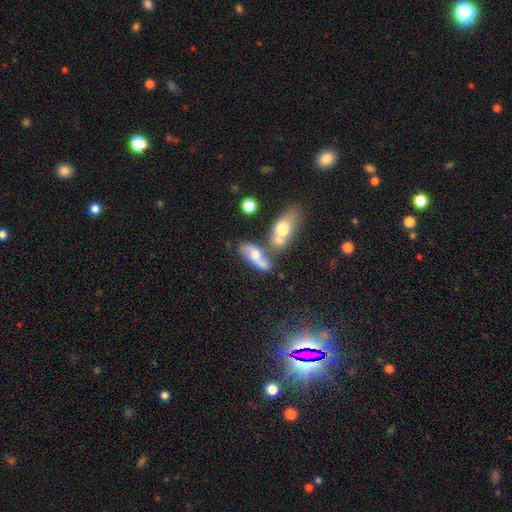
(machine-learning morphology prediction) Smooth or featured?
  - featured or disk: 56% *
  - smooth: 34%
  - star or artifact: 10%
Edge-on disk?
  - no: 81% *
  - yes: 19%
Merging?
  - merger: 39% *
  - none: 38%
  - minor disturbance: 14%
  - major disturbance: 9%